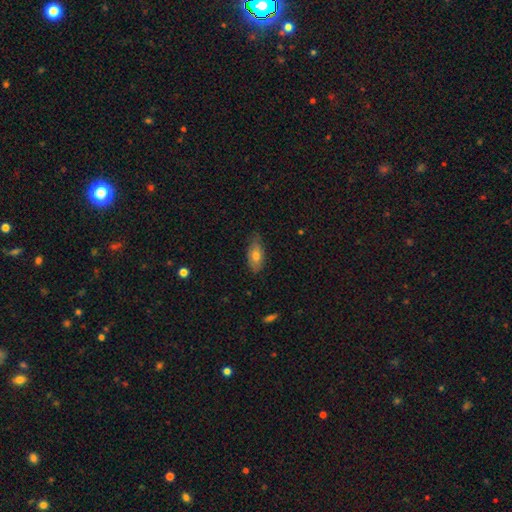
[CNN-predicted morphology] Smooth or featured? Predicted: smooth (p=0.71). How rounded? Predicted: in between (p=0.88). Merging? Predicted: none (p=0.70).